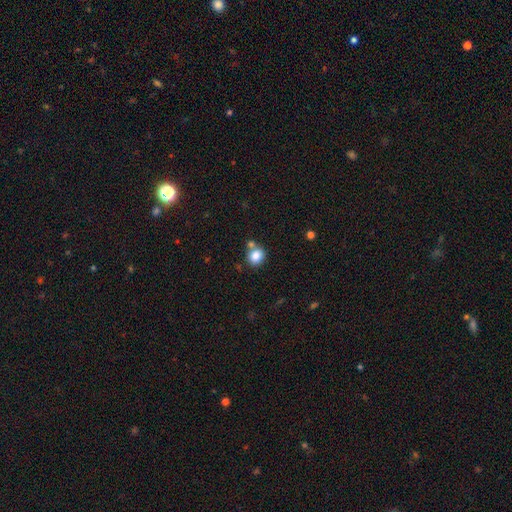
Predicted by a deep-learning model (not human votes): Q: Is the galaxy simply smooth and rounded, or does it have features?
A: smooth — 84%.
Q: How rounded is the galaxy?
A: round — 77%.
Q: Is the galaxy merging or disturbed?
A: none — 64%.